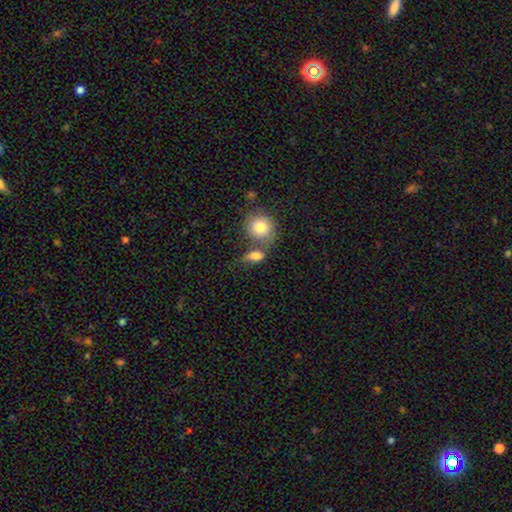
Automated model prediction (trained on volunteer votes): A smooth galaxy with no disk features (79%) that is in between round and cigar-shaped (66%). Merging: merger (38%, tied with none).